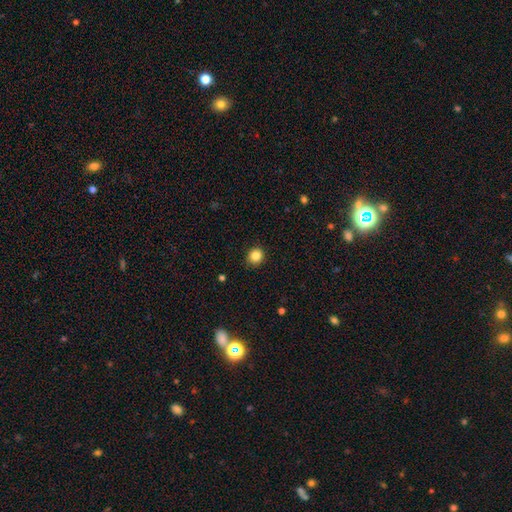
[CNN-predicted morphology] Smooth or featured: smooth — 84% (star or artifact — 11%)
How rounded: round — 83% (in between — 16%)
Merging: none — 90% (minor disturbance — 7%)